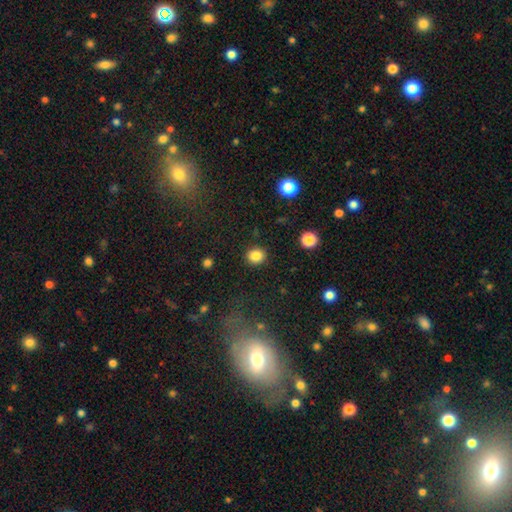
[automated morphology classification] Smooth or featured?
  - smooth: 85% *
  - star or artifact: 10%
  - featured or disk: 5%
How rounded?
  - round: 81% *
  - in between: 18%
  - cigar-shaped: 1%
Merging?
  - none: 90% *
  - minor disturbance: 7%
  - major disturbance: 2%
  - merger: 1%